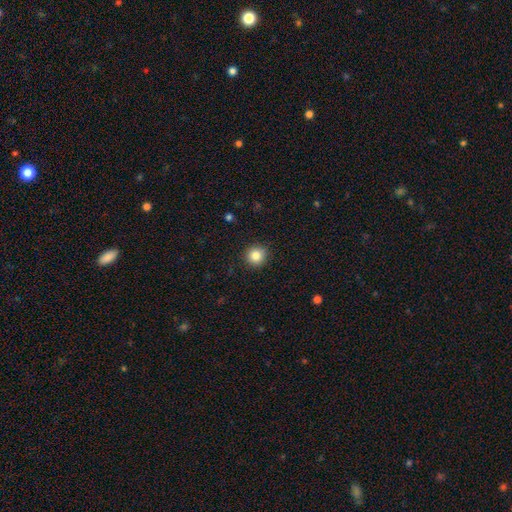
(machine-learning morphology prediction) Smooth or featured: smooth — 84% (star or artifact — 10%)
How rounded: round — 94% (in between — 5%)
Merging: none — 91% (minor disturbance — 6%)